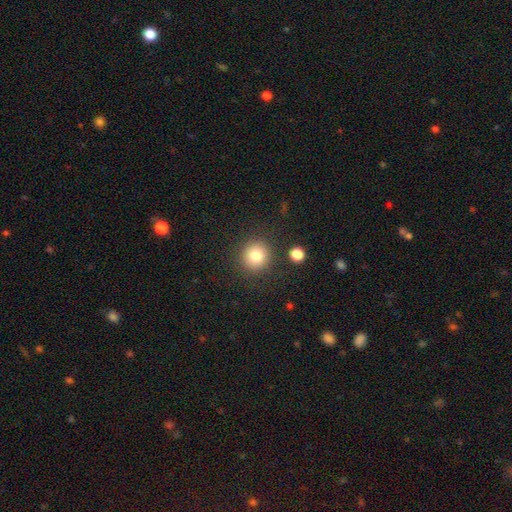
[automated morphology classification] The model was most divided on "smooth or featured": smooth: 81%, star or artifact: 11%, featured or disk: 8%. More confident: how rounded — round (92%); merging — none (87%).